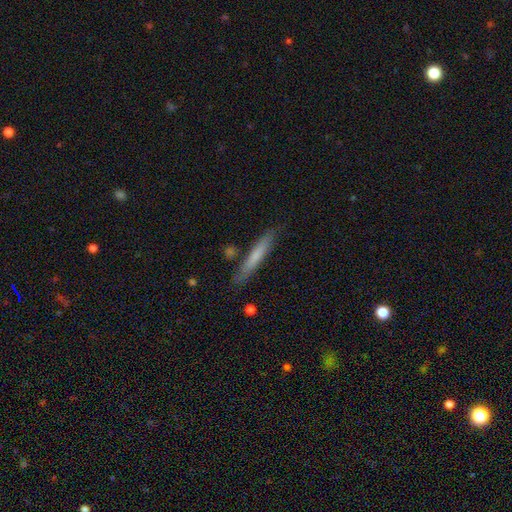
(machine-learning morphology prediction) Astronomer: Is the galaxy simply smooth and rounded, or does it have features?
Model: smooth — 65%.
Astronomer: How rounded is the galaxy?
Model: cigar-shaped — 94%.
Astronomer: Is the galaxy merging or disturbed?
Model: none — 82%.